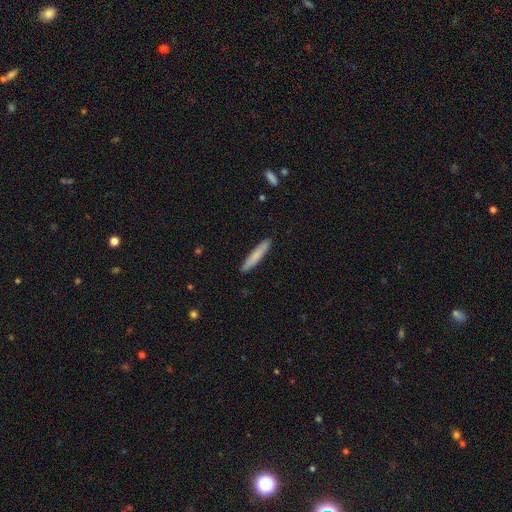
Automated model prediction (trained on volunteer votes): This appears to be a smooth galaxy with no disk features (76%) that is cigar-shaped (94%). Merging: none (91%).